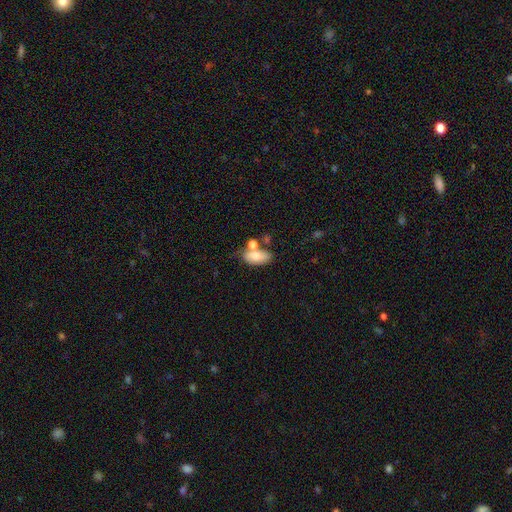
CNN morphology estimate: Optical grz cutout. It shows a smooth galaxy with no disk features (75%) that is in between round and cigar-shaped (90%). Merging: none (44%).